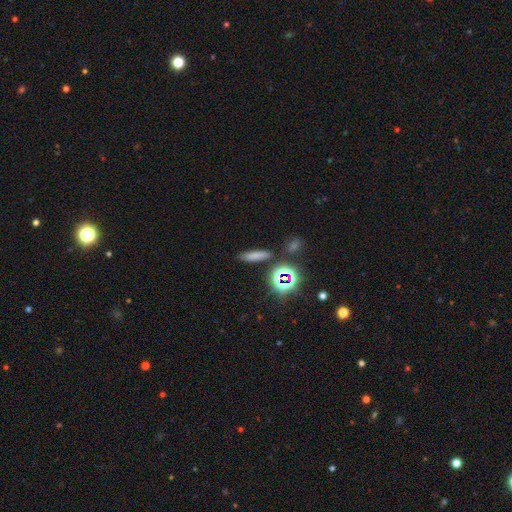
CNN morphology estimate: smooth_or_featured: smooth (p=0.68) [alt: star or artifact p=0.22]
how_rounded: cigar-shaped (p=0.69) [alt: in between p=0.23]
merging: none (p=0.83) [alt: minor disturbance p=0.09]